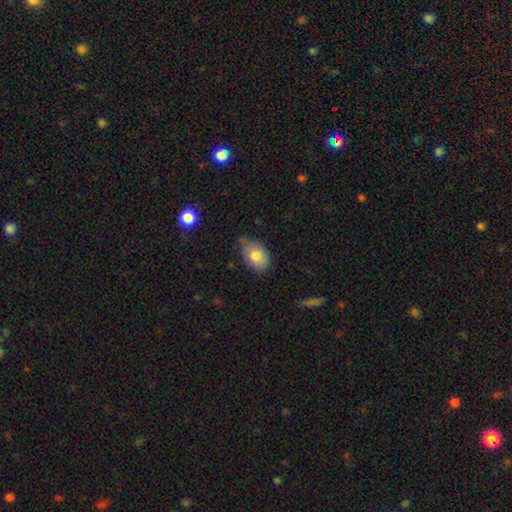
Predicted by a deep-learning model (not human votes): smooth_or_featured: smooth (p=0.80) [alt: featured or disk p=0.12]
how_rounded: in between (p=0.86) [alt: round p=0.12]
merging: none (p=0.50) [alt: minor disturbance p=0.40]